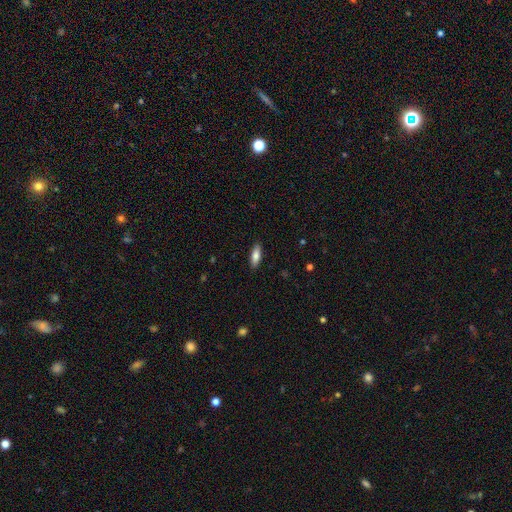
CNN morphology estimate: A smooth galaxy with no disk features (78%) that is in between round and cigar-shaped (63%). Merging: none (89%).